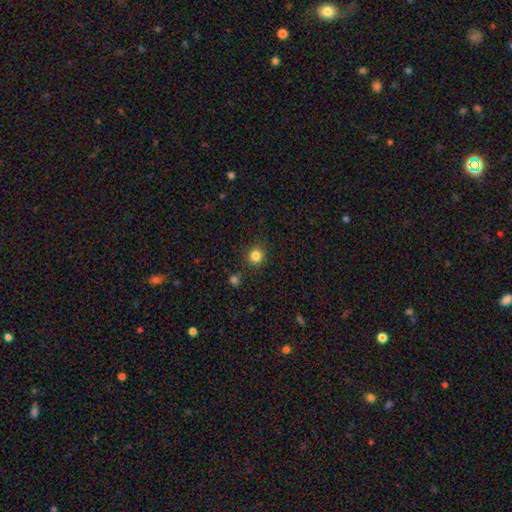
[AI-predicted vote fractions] This is clearly a smooth galaxy (84%). How rounded: clearly round (90%). Merging: clearly none (87%).